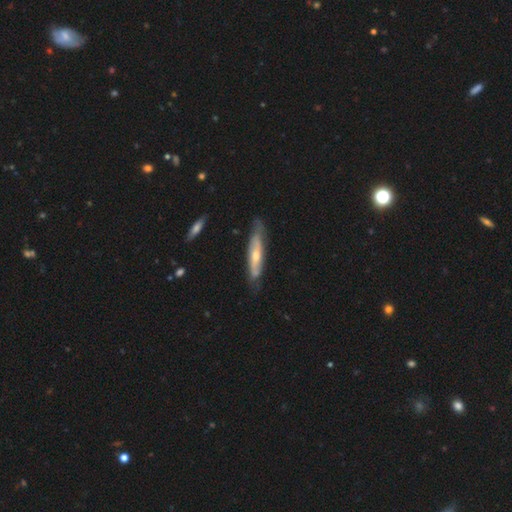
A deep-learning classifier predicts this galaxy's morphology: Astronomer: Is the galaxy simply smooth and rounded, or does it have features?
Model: featured or disk — 64%.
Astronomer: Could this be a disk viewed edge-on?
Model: no — 53% (runner-up: yes, 47%).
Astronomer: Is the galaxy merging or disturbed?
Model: none — 71%.